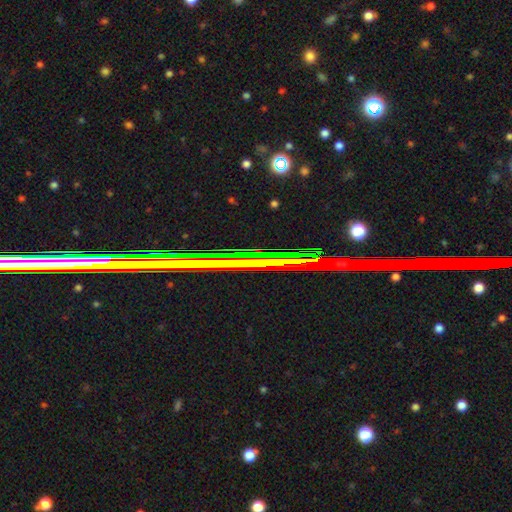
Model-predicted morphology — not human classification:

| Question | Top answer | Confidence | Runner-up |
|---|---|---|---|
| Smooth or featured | star or artifact | 67% | featured or disk (23%) |